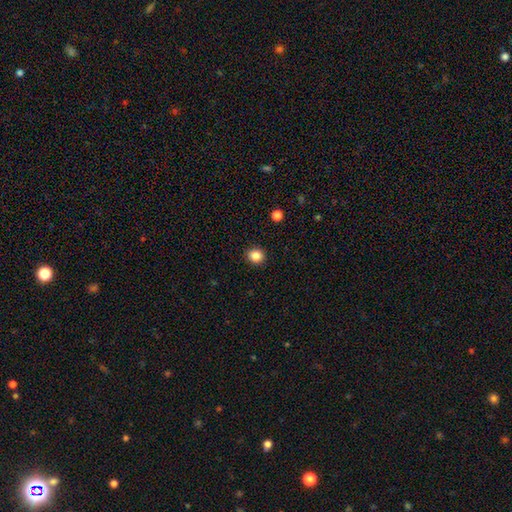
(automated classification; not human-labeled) Smooth or featured?
  - smooth: 86% *
  - star or artifact: 11%
  - featured or disk: 4%
How rounded?
  - round: 83% *
  - in between: 16%
  - cigar-shaped: 1%
Merging?
  - none: 92% *
  - minor disturbance: 6%
  - major disturbance: 2%
  - merger: 1%